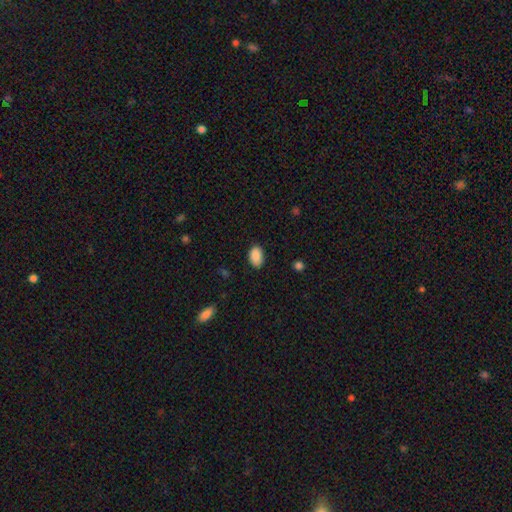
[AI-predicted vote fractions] Smooth or featured: smooth — 89% (star or artifact — 7%)
How rounded: in between — 90% (round — 9%)
Merging: none — 84% (minor disturbance — 12%)